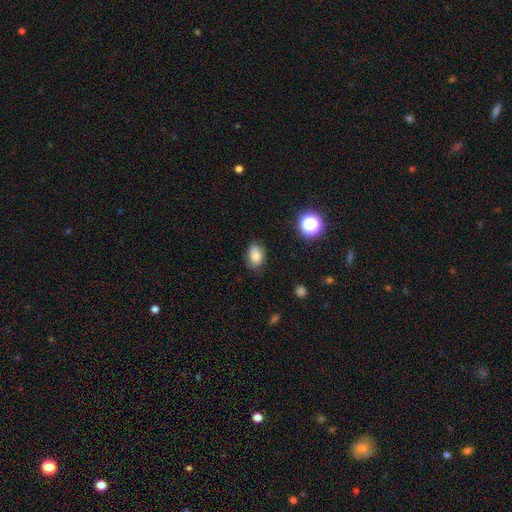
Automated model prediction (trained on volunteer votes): smooth 80%, star or artifact 11%, featured or disk 9%. Down the decision tree: how rounded — in between (78%); merging — none (69%).